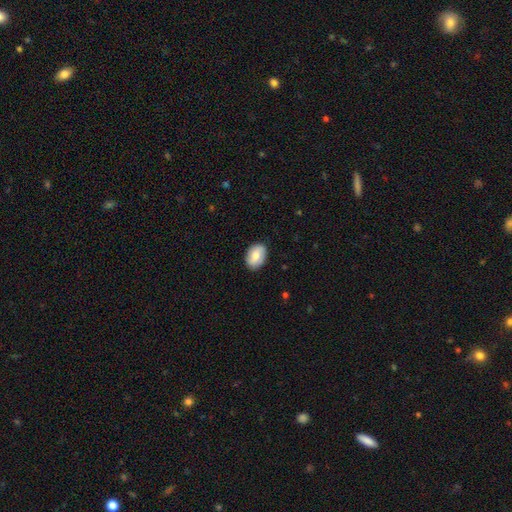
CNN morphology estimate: Smooth or featured?
  - smooth: 76% *
  - featured or disk: 18%
  - star or artifact: 7%
How rounded?
  - in between: 81% *
  - round: 18%
  - cigar-shaped: 1%
Merging?
  - none: 86% *
  - minor disturbance: 11%
  - major disturbance: 2%
  - merger: 1%